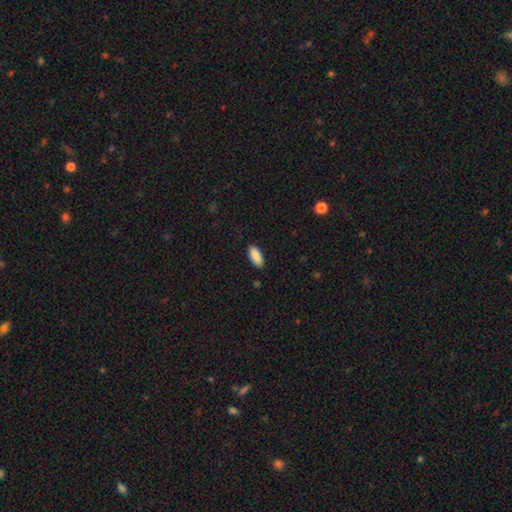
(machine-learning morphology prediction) A smooth galaxy with no disk features (90%) that is in between round and cigar-shaped (87%). Merging: none (88%).